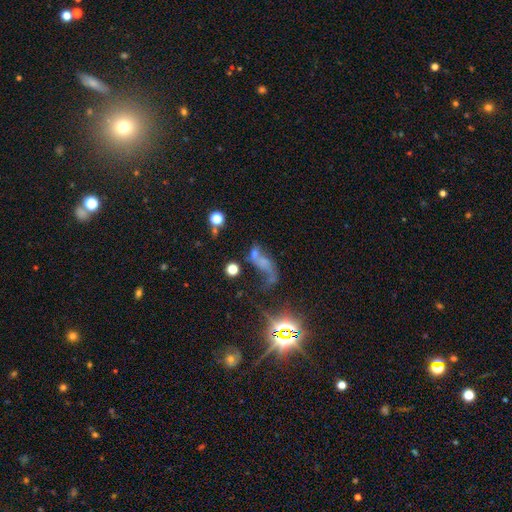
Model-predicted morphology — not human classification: This appears to be a featured or disk galaxy (38%, tied with smooth). Merging: merger (35%).